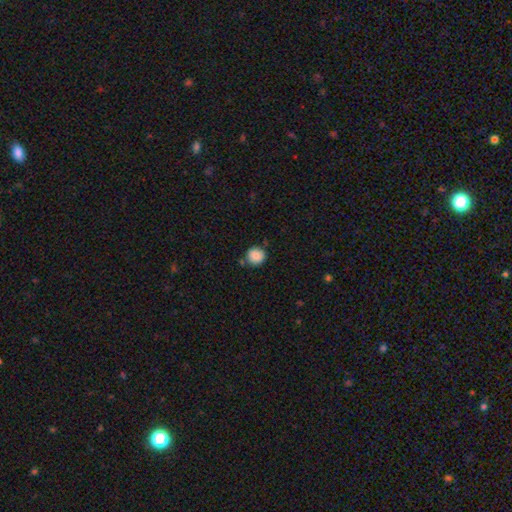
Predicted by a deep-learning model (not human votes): smooth-or-featured: smooth: 88% | star or artifact: 8% | featured or disk: 4%
  how-rounded: round: 91% | in between: 9% | cigar-shaped: 1%
  merging: none: 77% | minor disturbance: 13% | merger: 7% | major disturbance: 3%